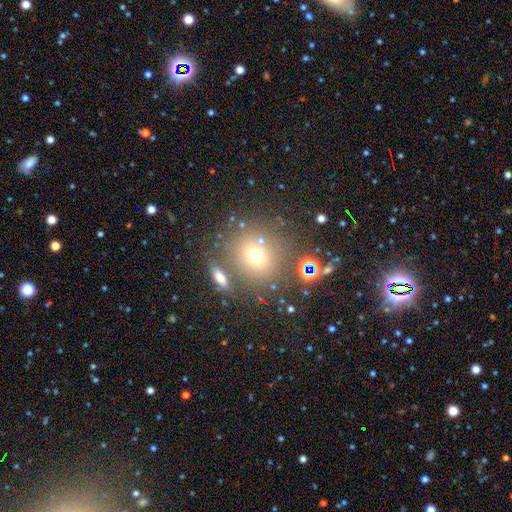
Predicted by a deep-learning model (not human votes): Smooth or featured? smooth (62%)
How rounded? round (86%)
Merging? none (72%)